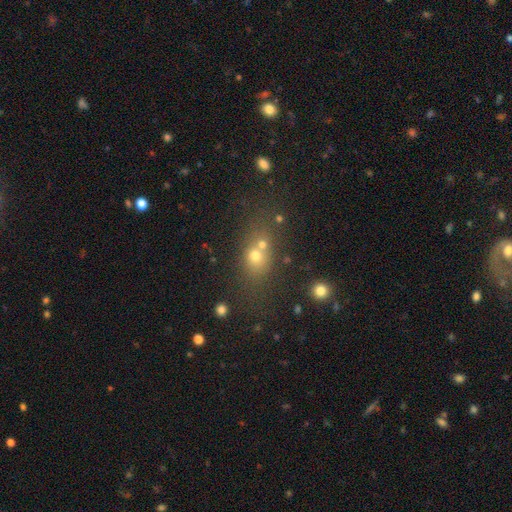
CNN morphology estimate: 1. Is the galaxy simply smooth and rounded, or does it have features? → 63% smooth, 21% star or artifact, 16% featured or disk.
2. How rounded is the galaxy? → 55% round, 41% in between, 4% cigar-shaped.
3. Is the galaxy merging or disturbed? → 47% none, 36% merger, 11% minor disturbance, 6% major disturbance.